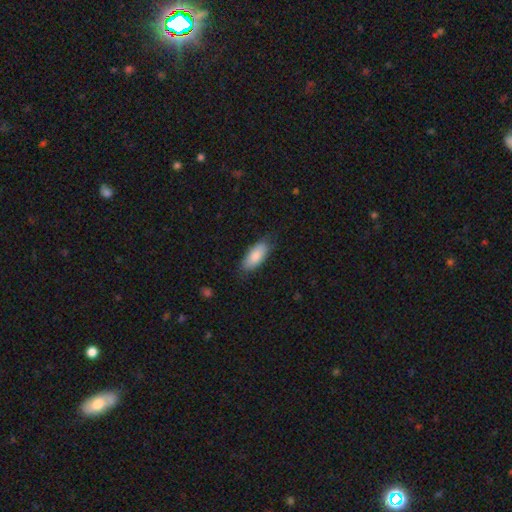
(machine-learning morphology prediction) Smooth or featured?
  - smooth: 85% *
  - featured or disk: 9%
  - star or artifact: 6%
How rounded?
  - in between: 84% *
  - cigar-shaped: 15%
  - round: 2%
Merging?
  - none: 78% *
  - minor disturbance: 17%
  - major disturbance: 4%
  - merger: 1%